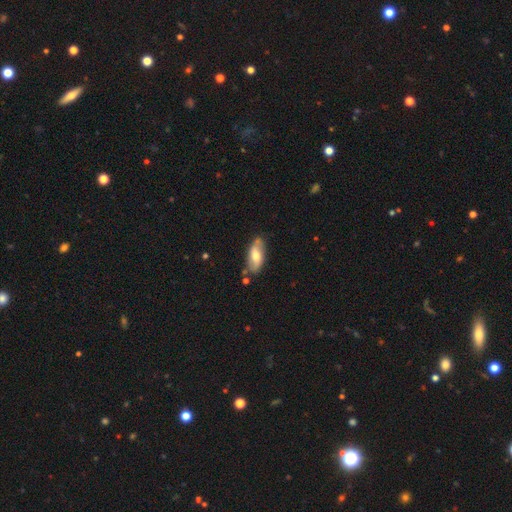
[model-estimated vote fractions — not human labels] Smooth or featured?
  - smooth: 51% *
  - featured or disk: 43%
  - star or artifact: 6%
How rounded?
  - in between: 83% *
  - cigar-shaped: 14%
  - round: 3%
Merging?
  - none: 73% *
  - minor disturbance: 18%
  - merger: 5%
  - major disturbance: 4%